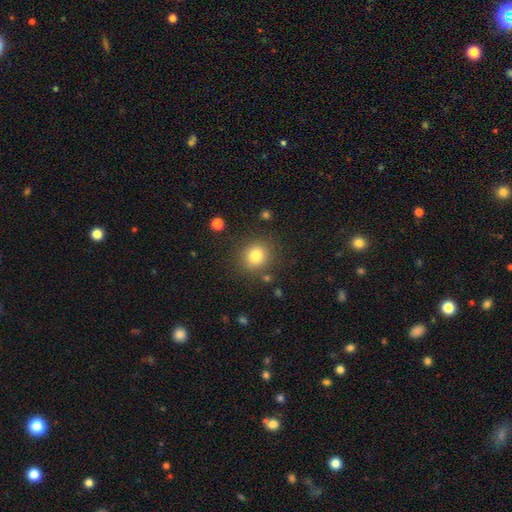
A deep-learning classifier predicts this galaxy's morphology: Smooth or featured?
  - smooth: 81% *
  - star or artifact: 12%
  - featured or disk: 7%
How rounded?
  - round: 87% *
  - in between: 12%
  - cigar-shaped: 1%
Merging?
  - none: 85% *
  - minor disturbance: 9%
  - major disturbance: 3%
  - merger: 3%